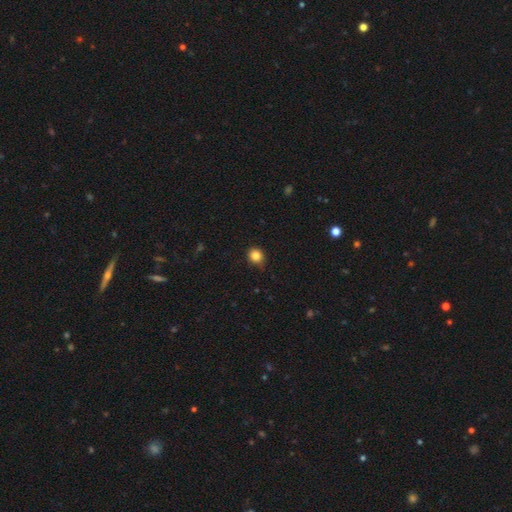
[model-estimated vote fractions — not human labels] The model was most divided on "how rounded": round: 77%, in between: 22%, cigar-shaped: 1%. More confident: smooth or featured — smooth (84%); merging — none (78%).